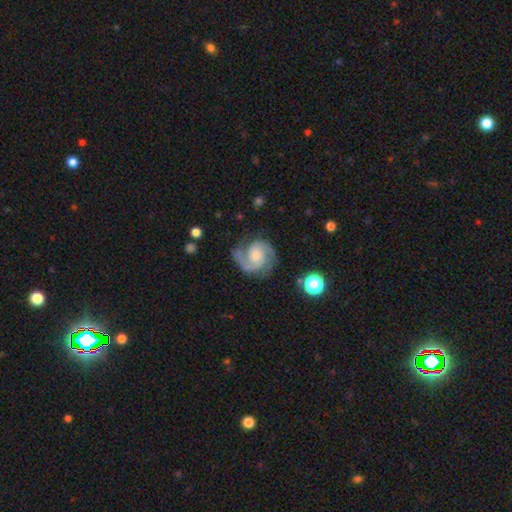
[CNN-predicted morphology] Smooth or featured? featured or disk (89%)
Edge-on disk? no (98%)
Bar? no (65%)
Spiral arms? yes (98%)
Spiral winding? medium (49%)
Spiral arm count? 2 (88%)
Bulge size? small (46%)
Merging? none (74%)